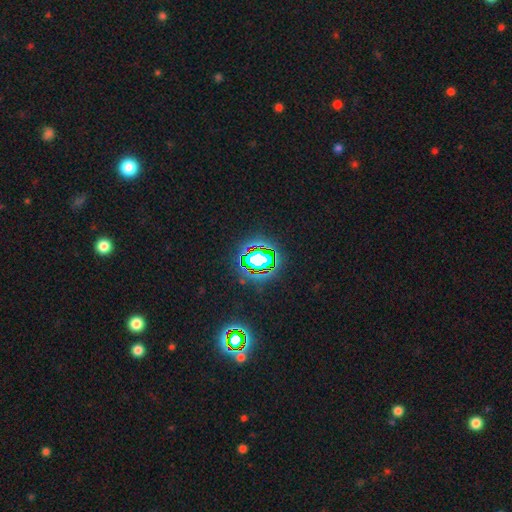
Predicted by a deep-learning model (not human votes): star or artifact 68%, smooth 18%, featured or disk 14%.